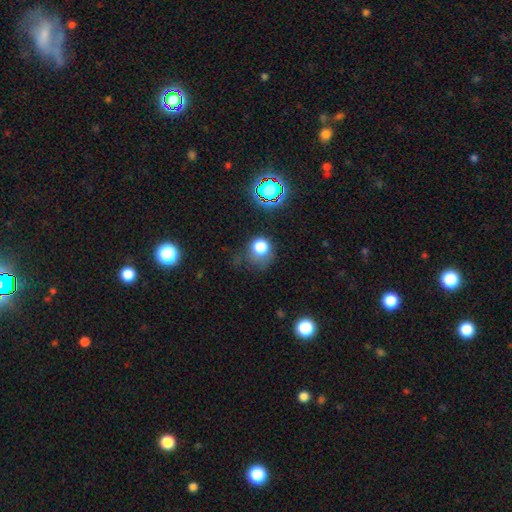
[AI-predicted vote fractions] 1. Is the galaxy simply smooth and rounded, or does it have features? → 67% smooth, 25% star or artifact, 8% featured or disk.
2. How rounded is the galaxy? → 86% round, 12% in between, 1% cigar-shaped.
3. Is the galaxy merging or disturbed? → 67% none, 19% minor disturbance, 11% major disturbance, 3% merger.